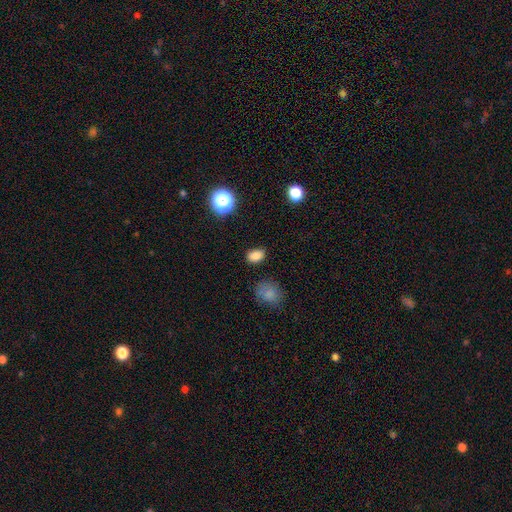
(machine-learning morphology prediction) Smooth or featured? Predicted: smooth (p=0.82). How rounded? Predicted: in between (p=0.81). Merging? Predicted: none (p=0.83).